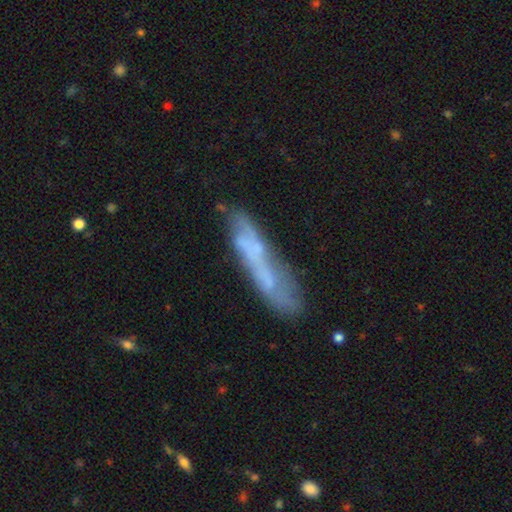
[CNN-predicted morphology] smooth_or_featured: featured or disk (p=0.49) [alt: smooth p=0.42]
merging: none (p=0.57) [alt: minor disturbance p=0.23]